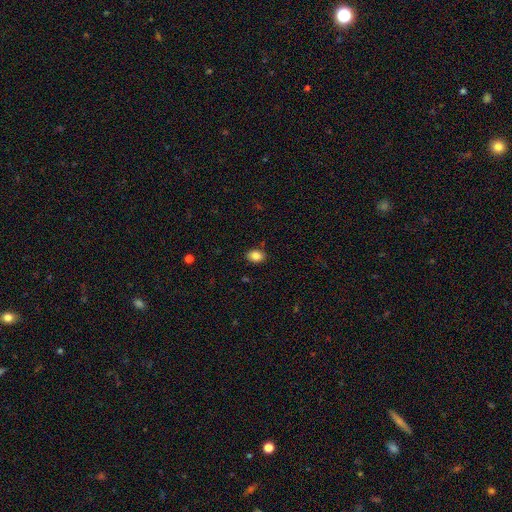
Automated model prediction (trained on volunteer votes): Morphology: type=smooth (85%); roundness=in between (71%); merging=none (86%).